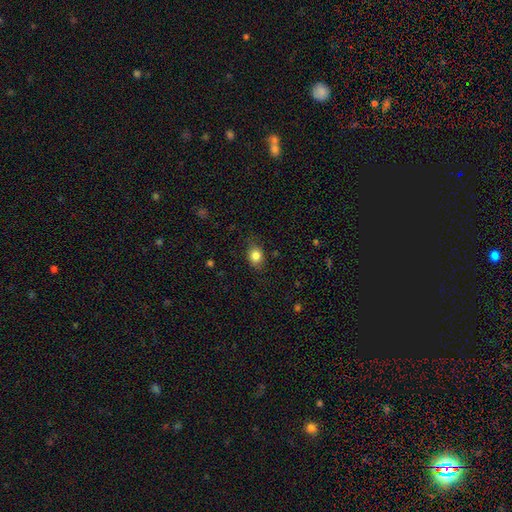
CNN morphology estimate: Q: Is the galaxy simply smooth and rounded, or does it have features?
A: smooth — 84%.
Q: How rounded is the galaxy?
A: in between — 53%.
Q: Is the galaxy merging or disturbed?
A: none — 81%.